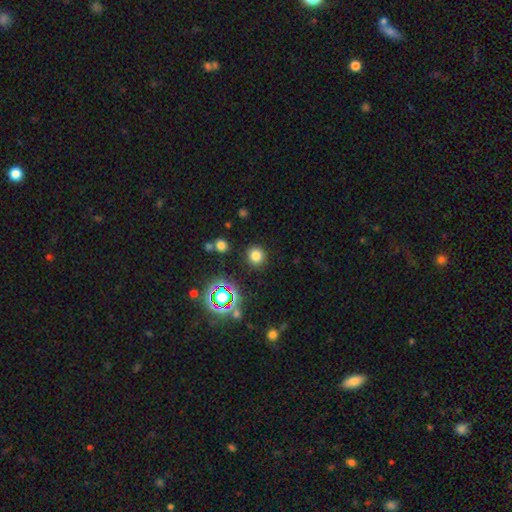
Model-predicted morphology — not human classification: smooth 75%, star or artifact 19%, featured or disk 6%. Down the decision tree: how rounded — round (89%); merging — none (88%).